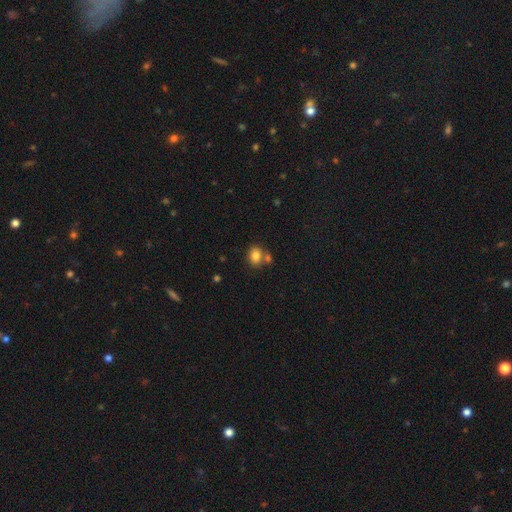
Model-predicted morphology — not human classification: Smooth or featured?
  - smooth: 81% *
  - star or artifact: 10%
  - featured or disk: 9%
How rounded?
  - in between: 54% *
  - round: 45%
  - cigar-shaped: 1%
Merging?
  - none: 58% *
  - merger: 27%
  - minor disturbance: 11%
  - major disturbance: 3%